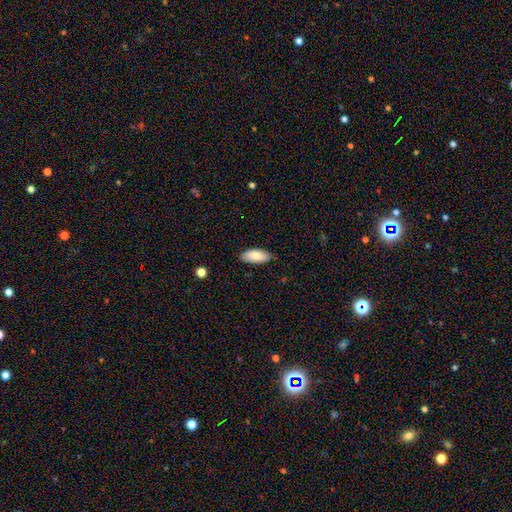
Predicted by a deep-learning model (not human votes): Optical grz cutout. It shows a smooth galaxy with no disk features (82%) that is in between round and cigar-shaped (90%). Merging: none (84%).